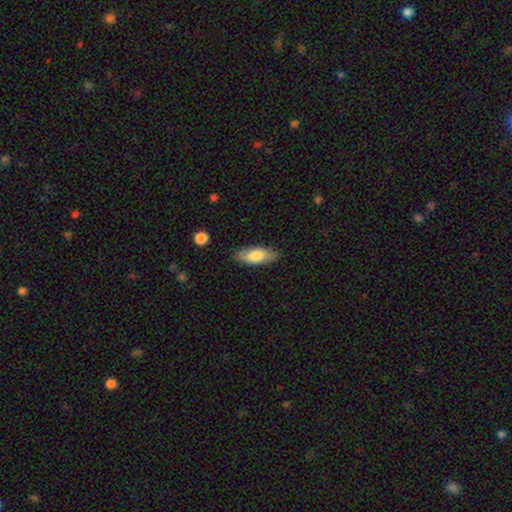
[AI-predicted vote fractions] Smooth or featured?
  - smooth: 78% *
  - featured or disk: 16%
  - star or artifact: 6%
How rounded?
  - in between: 74% *
  - cigar-shaped: 24%
  - round: 2%
Merging?
  - none: 83% *
  - minor disturbance: 13%
  - major disturbance: 3%
  - merger: 1%